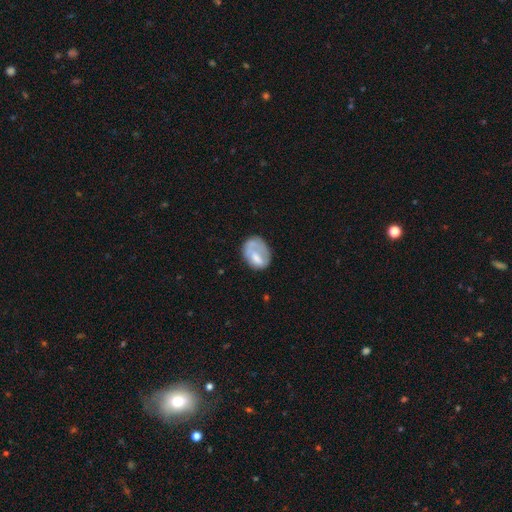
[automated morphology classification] Smooth or featured? Predicted: smooth (p=0.58). How rounded? Predicted: in between (p=0.66). Merging? Predicted: none (p=0.42).